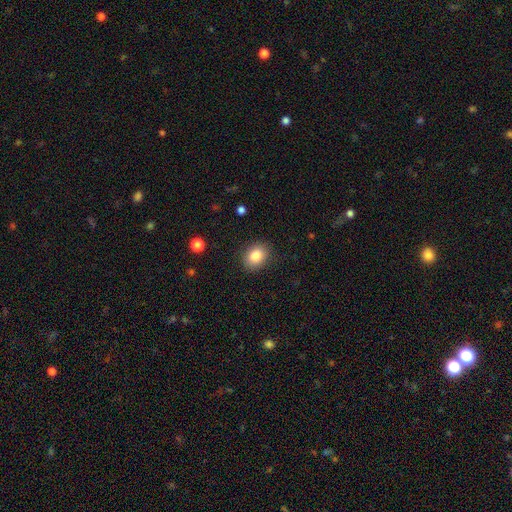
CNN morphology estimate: This is clearly a smooth galaxy (84%). How rounded: possibly in between (57%). Merging: clearly none (88%).